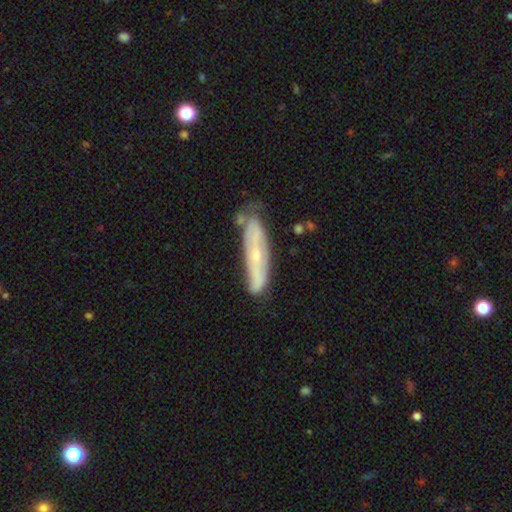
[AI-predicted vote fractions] This is possibly a featured or disk galaxy (60%). It is possibly not viewed edge-on (59%). Merging: likely none (61%).